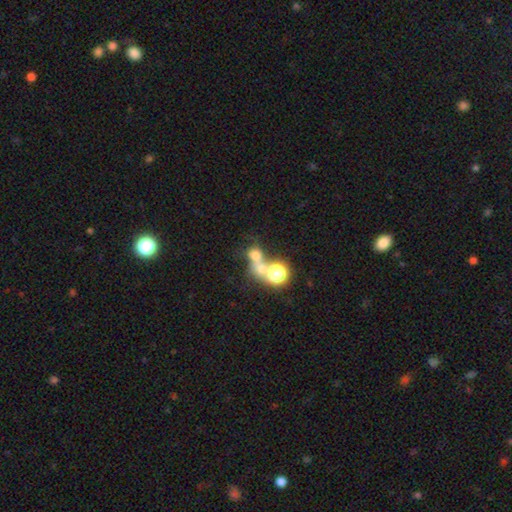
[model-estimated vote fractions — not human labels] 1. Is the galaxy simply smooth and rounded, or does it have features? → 56% smooth, 25% star or artifact, 19% featured or disk.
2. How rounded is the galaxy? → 67% round, 31% in between, 2% cigar-shaped.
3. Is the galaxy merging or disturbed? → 54% merger, 29% none, 10% major disturbance, 8% minor disturbance.